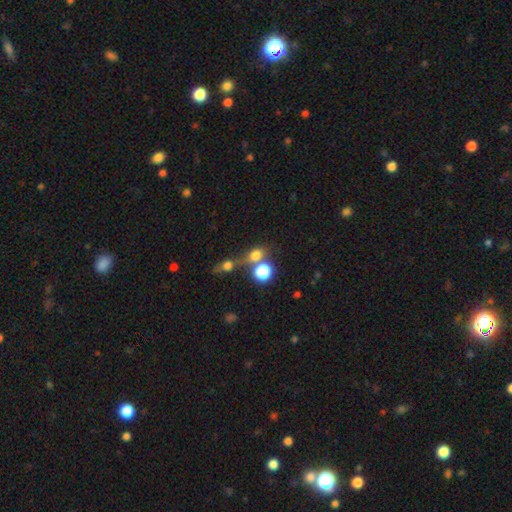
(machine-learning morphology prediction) Smooth or featured? Predicted: smooth (p=0.69). How rounded? Predicted: round (p=0.61). Merging? Predicted: none (p=0.44).